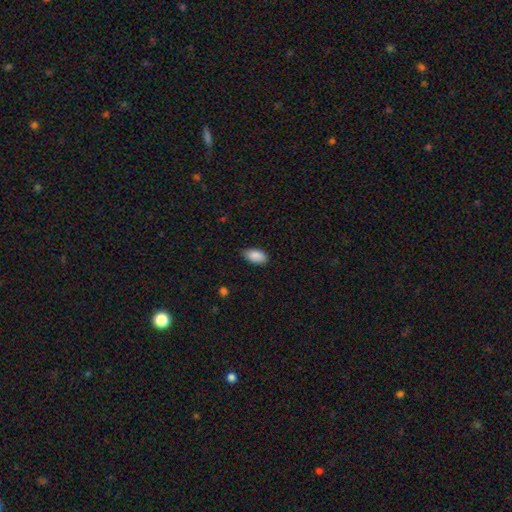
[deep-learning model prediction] This appears to be a smooth galaxy with no disk features (90%) that is in between round and cigar-shaped (94%). Merging: none (82%).